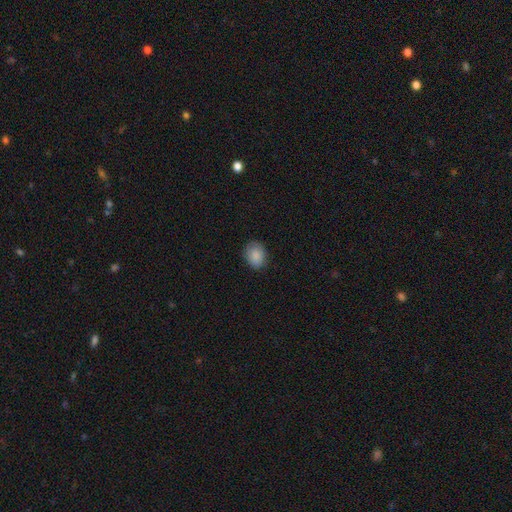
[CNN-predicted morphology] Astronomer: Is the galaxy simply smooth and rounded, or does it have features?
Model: smooth — 88%.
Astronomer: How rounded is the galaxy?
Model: in between — 59% (runner-up: round, 40%).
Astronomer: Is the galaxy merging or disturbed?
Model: none — 82%.